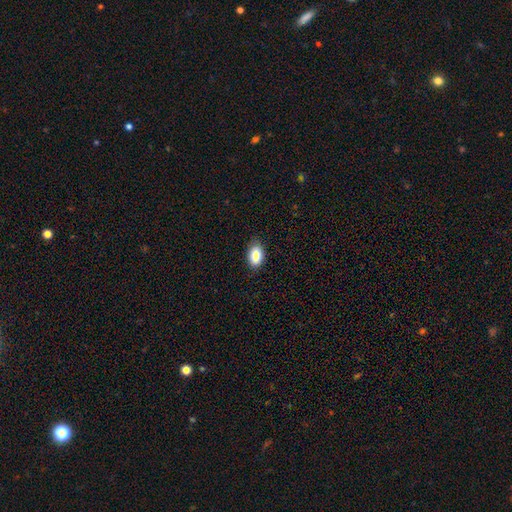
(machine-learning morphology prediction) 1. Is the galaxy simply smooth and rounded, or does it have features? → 88% smooth, 7% star or artifact, 5% featured or disk.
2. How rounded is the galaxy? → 91% in between, 8% round, 1% cigar-shaped.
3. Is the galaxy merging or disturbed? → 85% none, 12% minor disturbance, 2% major disturbance, 1% merger.